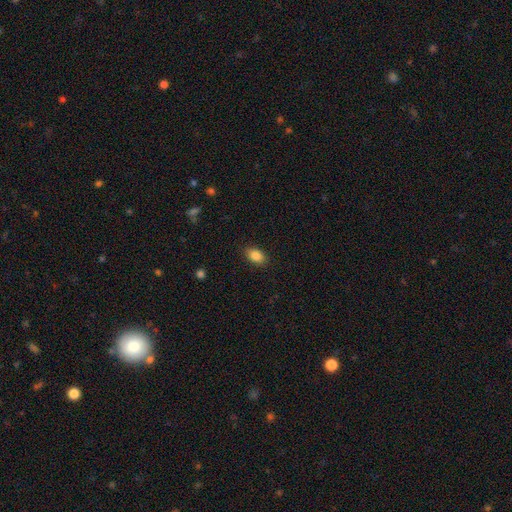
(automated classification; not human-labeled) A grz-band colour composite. It shows a smooth galaxy with no disk features (87%) that is in between round and cigar-shaped (85%). Merging: none (87%).